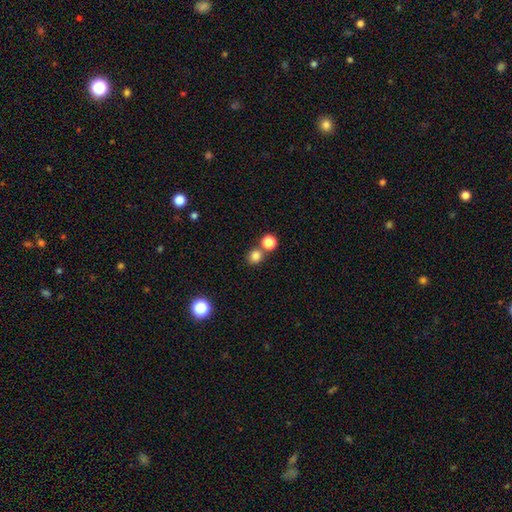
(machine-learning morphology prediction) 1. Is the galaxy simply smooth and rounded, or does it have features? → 80% smooth, 15% star or artifact, 5% featured or disk.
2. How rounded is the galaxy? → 85% round, 14% in between, 1% cigar-shaped.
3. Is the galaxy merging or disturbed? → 64% none, 26% merger, 7% minor disturbance, 3% major disturbance.